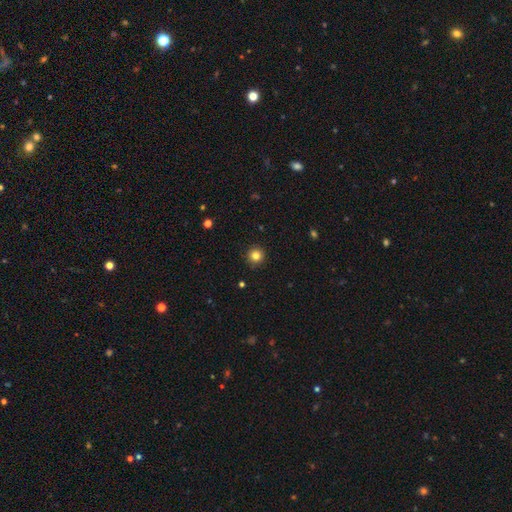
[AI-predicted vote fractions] Overall: smooth (83%). How rounded: round (96%). Merging: none (92%).